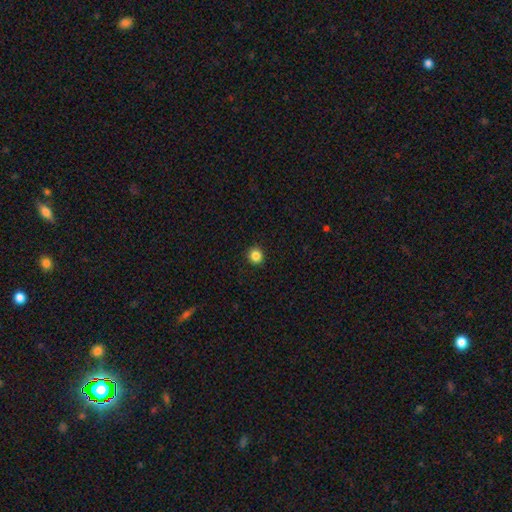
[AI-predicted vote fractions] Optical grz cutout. It shows a smooth galaxy with no disk features (85%) that is round (90%). Merging: none (92%).